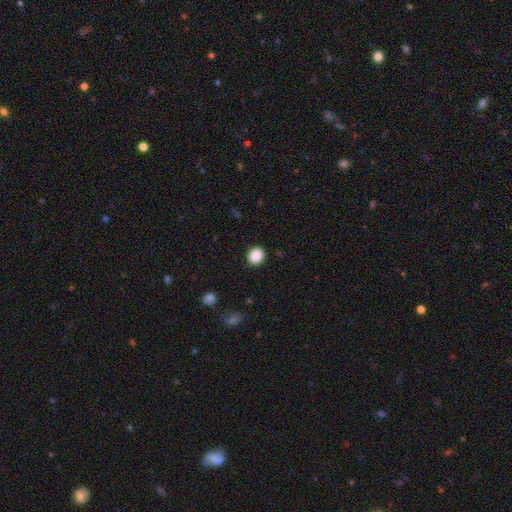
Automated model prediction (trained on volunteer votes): A smooth galaxy with no disk features (88%) that is round (82%).

Vote fractions:
- Smooth or featured? smooth: 88% / star or artifact: 9% / featured or disk: 3%
- How rounded? round: 82% / in between: 17% / cigar-shaped: 1%
- Merging? none: 89% / minor disturbance: 8% / major disturbance: 2% / merger: 1%